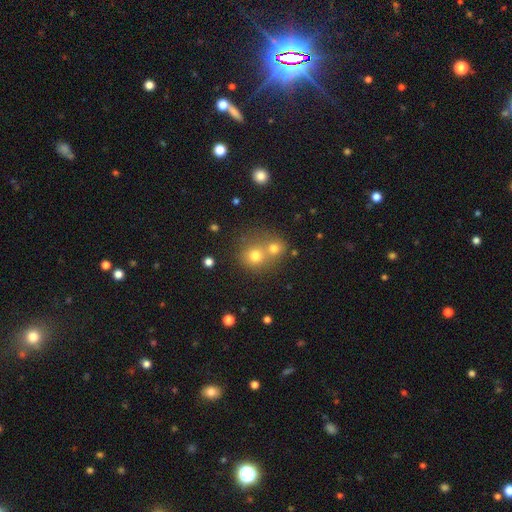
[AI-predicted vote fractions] The model was most divided on "merging": merger: 51%, none: 40%, minor disturbance: 6%, major disturbance: 3%. More confident: how rounded — round (84%); smooth or featured — smooth (72%).